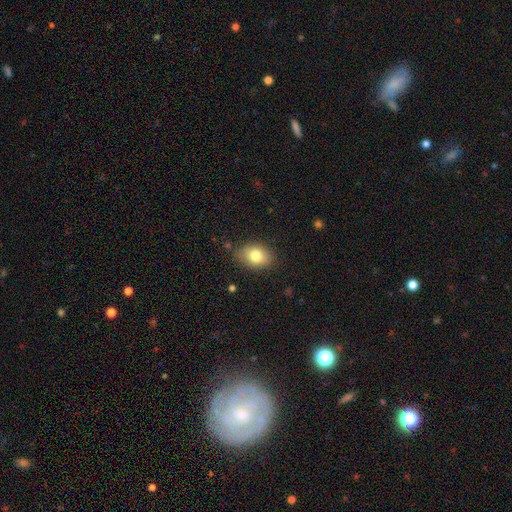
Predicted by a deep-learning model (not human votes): A smooth galaxy with no disk features (80%) that is in between round and cigar-shaped (79%).

Vote fractions:
- Smooth or featured? smooth: 80% / featured or disk: 12% / star or artifact: 9%
- How rounded? in between: 79% / round: 20% / cigar-shaped: 1%
- Merging? none: 82% / minor disturbance: 14% / major disturbance: 3% / merger: 1%